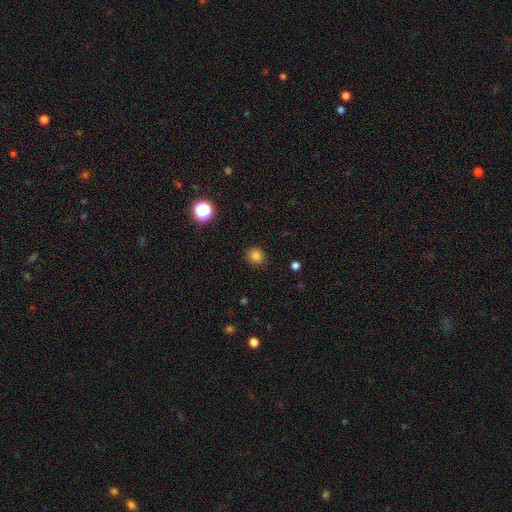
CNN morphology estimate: A smooth galaxy with no disk features (83%) that is round (87%). Merging: none (88%).